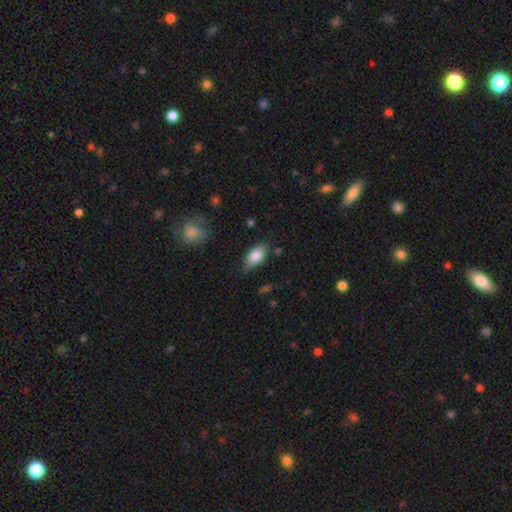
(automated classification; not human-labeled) Q: Smooth or featured?
A: smooth (82%); runner-up: featured or disk (11%)
Q: How rounded?
A: in between (89%); runner-up: round (7%)
Q: Merging?
A: none (70%); runner-up: minor disturbance (23%)